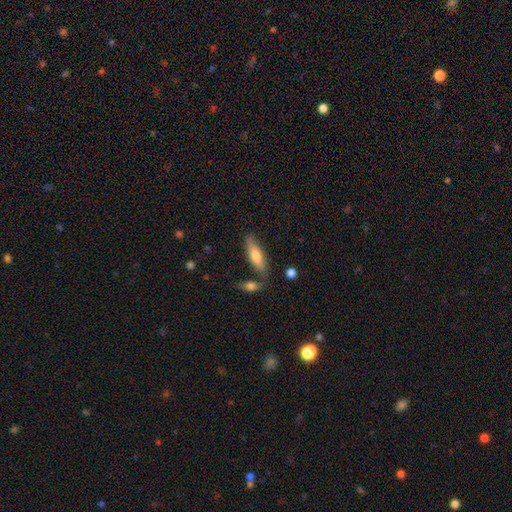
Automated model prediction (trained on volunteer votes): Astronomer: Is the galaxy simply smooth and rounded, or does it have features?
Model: smooth — 65%.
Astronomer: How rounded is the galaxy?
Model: cigar-shaped — 62%.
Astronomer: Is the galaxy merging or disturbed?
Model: none — 73%.